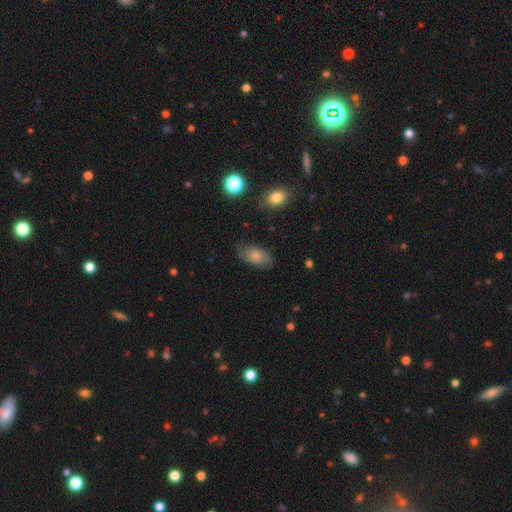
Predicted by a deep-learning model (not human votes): smooth_or_featured: smooth (p=0.72) [alt: featured or disk p=0.20]
how_rounded: in between (p=0.92) [alt: round p=0.05]
merging: none (p=0.77) [alt: minor disturbance p=0.18]